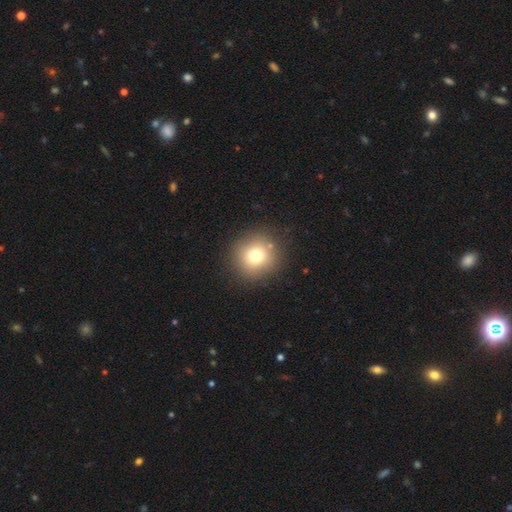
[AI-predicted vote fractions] smooth_or_featured: smooth (p=0.74) [alt: star or artifact p=0.14]
how_rounded: round (p=0.93) [alt: in between p=0.07]
merging: none (p=0.88) [alt: minor disturbance p=0.07]